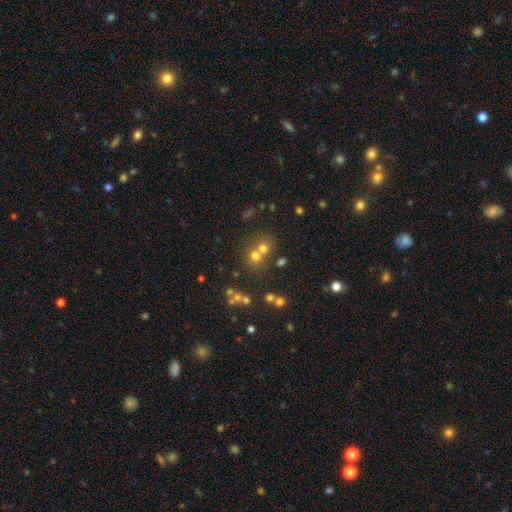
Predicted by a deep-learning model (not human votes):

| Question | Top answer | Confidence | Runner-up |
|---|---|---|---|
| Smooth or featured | smooth | 62% | star or artifact (21%) |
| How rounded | round | 81% | in between (18%) |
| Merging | merger | 46% | none (43%) |